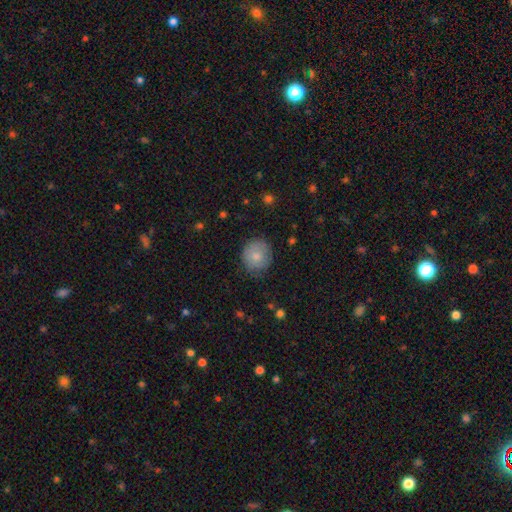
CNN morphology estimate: Overall: smooth (78%). How rounded: round (88%). Merging: none (77%).